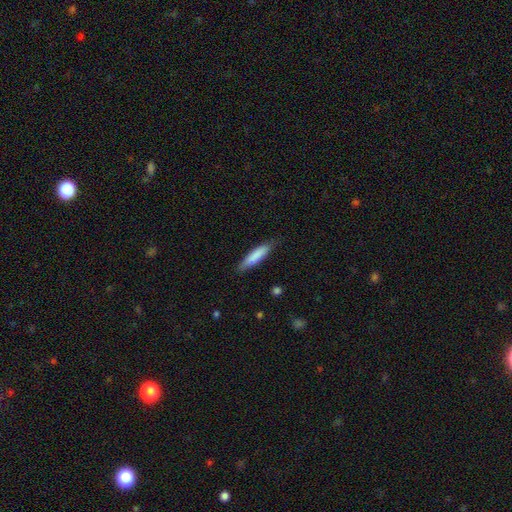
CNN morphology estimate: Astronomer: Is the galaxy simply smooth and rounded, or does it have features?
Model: smooth — 81%.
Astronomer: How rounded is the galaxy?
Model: cigar-shaped — 80%.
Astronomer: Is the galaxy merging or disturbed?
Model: none — 81%.